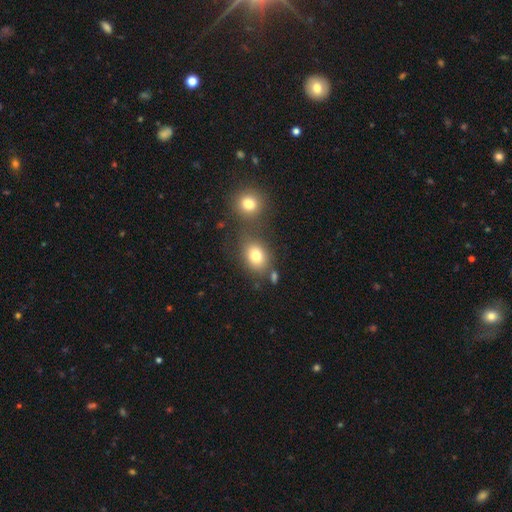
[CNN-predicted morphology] The model was most divided on "how rounded": round: 52%, in between: 47%, cigar-shaped: 1%. More confident: smooth or featured — smooth (79%); merging — none (60%).